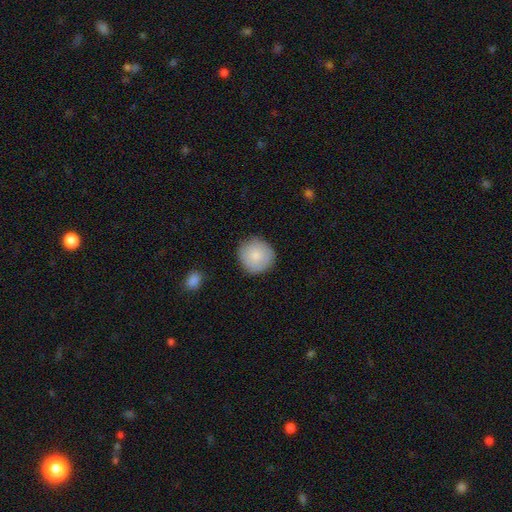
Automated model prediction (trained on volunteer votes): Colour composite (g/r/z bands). It shows a smooth galaxy with no disk features (83%) that is round (93%). Merging: none (85%).